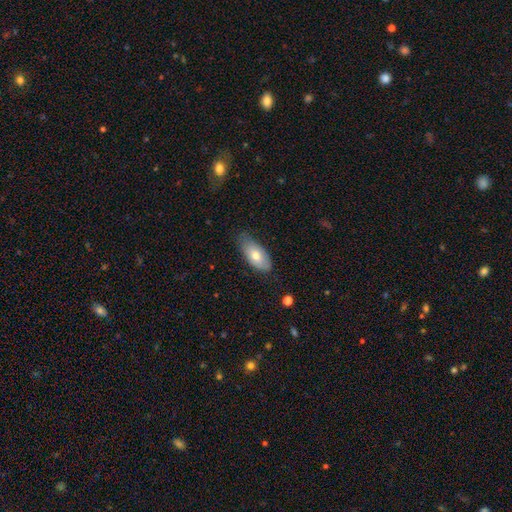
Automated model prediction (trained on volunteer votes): smooth_or_featured: smooth (p=0.72) [alt: featured or disk p=0.21]
how_rounded: in between (p=0.90) [alt: cigar-shaped p=0.07]
merging: none (p=0.63) [alt: minor disturbance p=0.31]